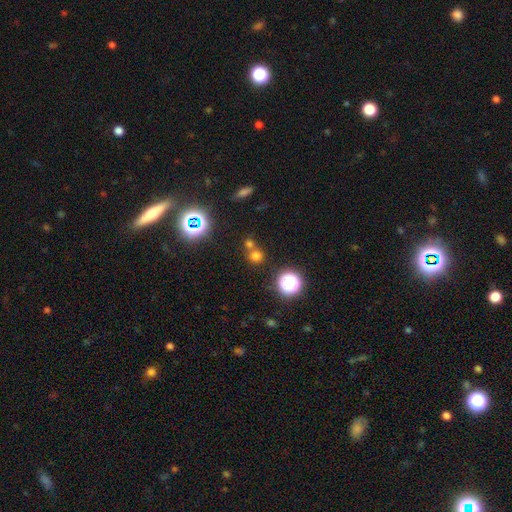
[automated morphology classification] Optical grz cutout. It shows a smooth galaxy with no disk features (64%) that is round (88%). Merging: none (59%).